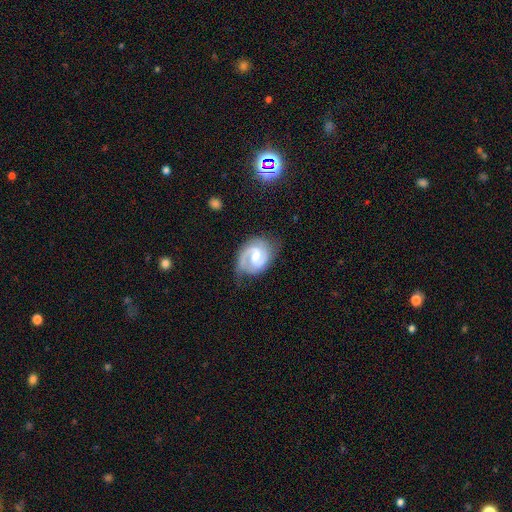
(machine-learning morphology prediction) The model was most divided on "spiral winding": medium: 48%, tight: 40%, loose: 12%. More confident: edge-on disk — no (98%); spiral arms — yes (97%); smooth or featured — featured or disk (85%); spiral arm count — 2 (83%); merging — none (70%); bar — weak (57%); bulge size — moderate (56%).